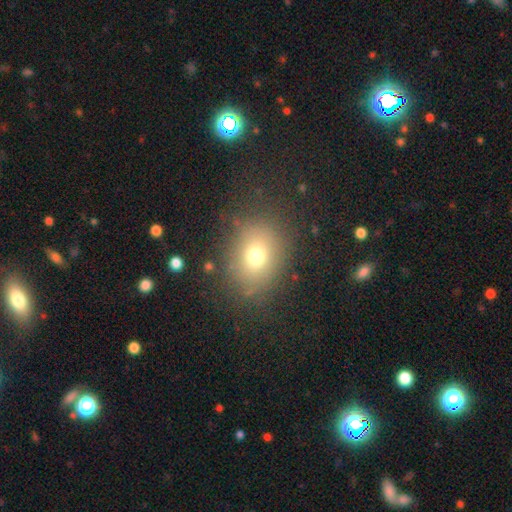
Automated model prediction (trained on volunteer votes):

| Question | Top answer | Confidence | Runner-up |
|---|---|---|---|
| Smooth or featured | smooth | 71% | star or artifact (16%) |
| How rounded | round | 51% | in between (48%) |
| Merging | none | 80% | minor disturbance (12%) |